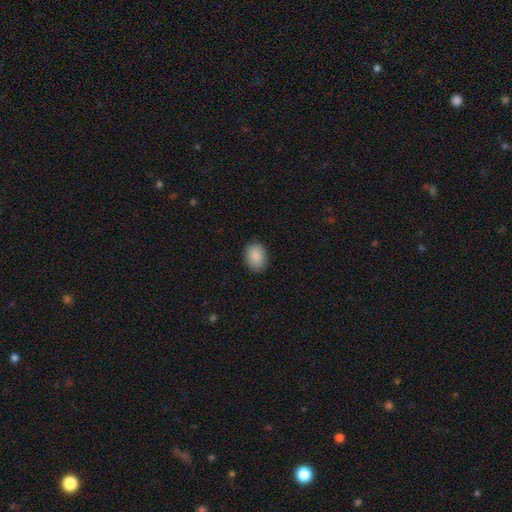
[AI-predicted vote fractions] This appears to be a smooth galaxy with no disk features (90%) that is in between round and cigar-shaped (74%). Merging: none (86%).